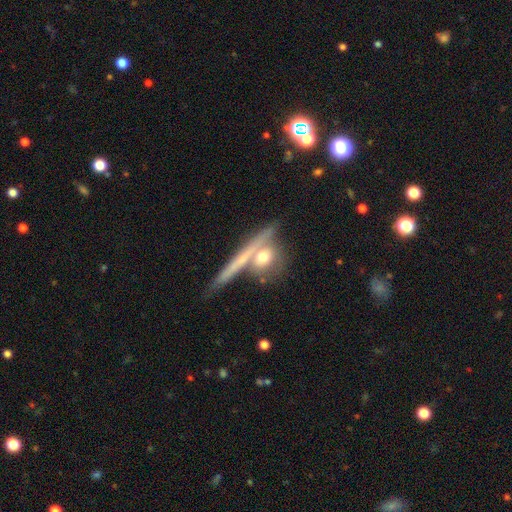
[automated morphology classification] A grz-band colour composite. It shows a featured or disk galaxy (50%). Merging: none (57%).